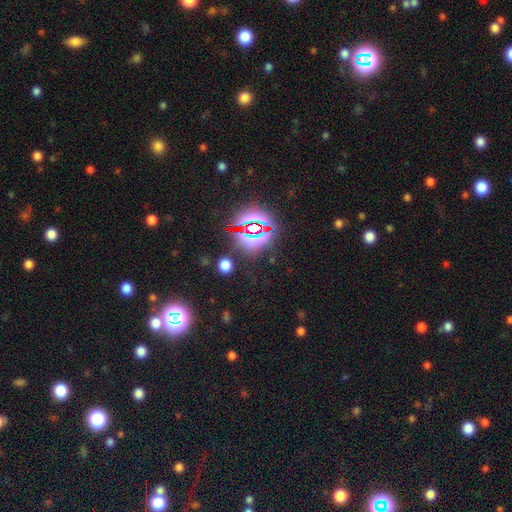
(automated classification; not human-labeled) Morphology: type=star or artifact (83%).